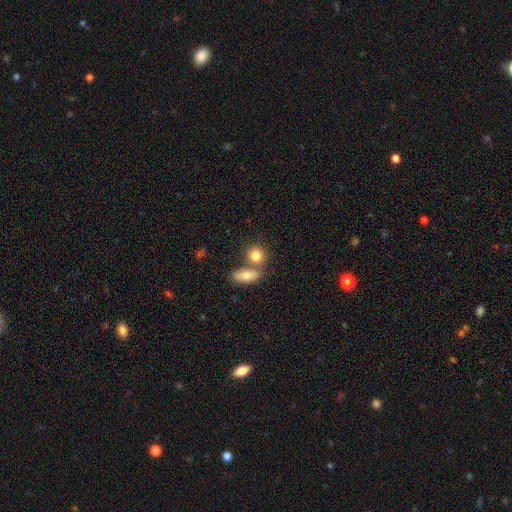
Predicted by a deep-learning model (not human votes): Overall: smooth (80%). How rounded: round (64%; in between 33%). Merging: none (51%; merger 38%).